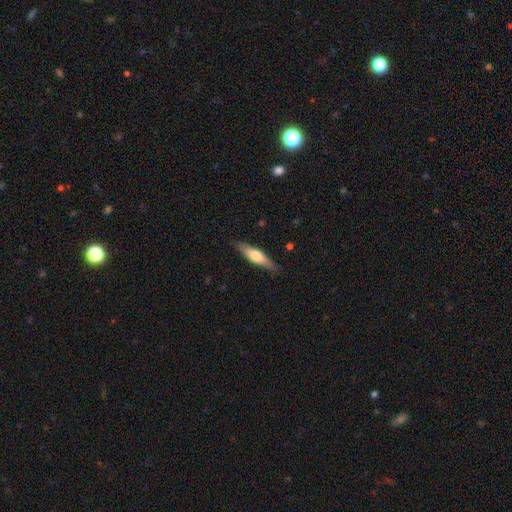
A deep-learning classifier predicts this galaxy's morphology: Smooth or featured? Predicted: smooth (p=0.53). How rounded? Predicted: cigar-shaped (p=0.70). Merging? Predicted: none (p=0.86).